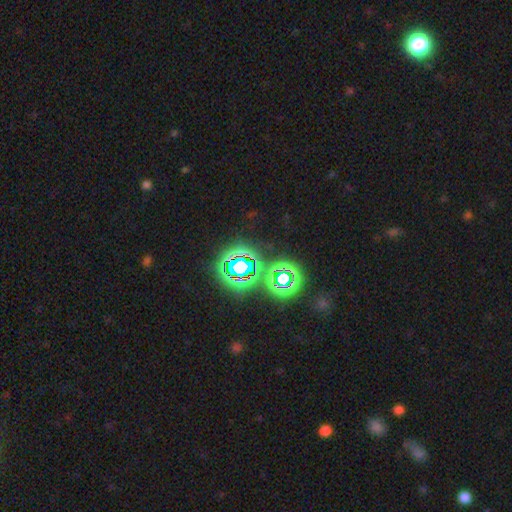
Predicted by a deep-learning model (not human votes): This is likely a star or artifact rather than a galaxy (71%).